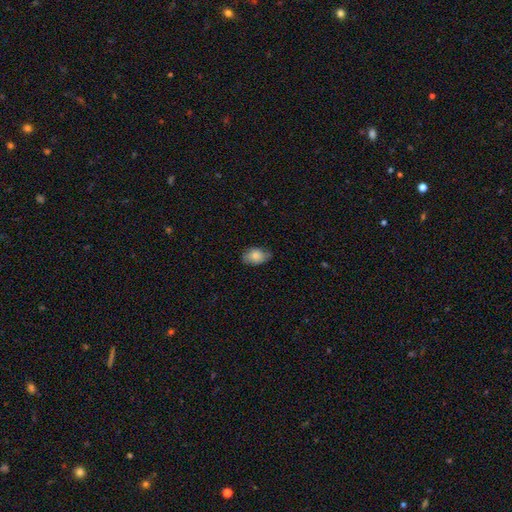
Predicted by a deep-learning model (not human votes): Smooth or featured?
  - smooth: 77% *
  - featured or disk: 16%
  - star or artifact: 8%
How rounded?
  - in between: 82% *
  - round: 17%
  - cigar-shaped: 1%
Merging?
  - none: 69% *
  - minor disturbance: 25%
  - major disturbance: 5%
  - merger: 1%